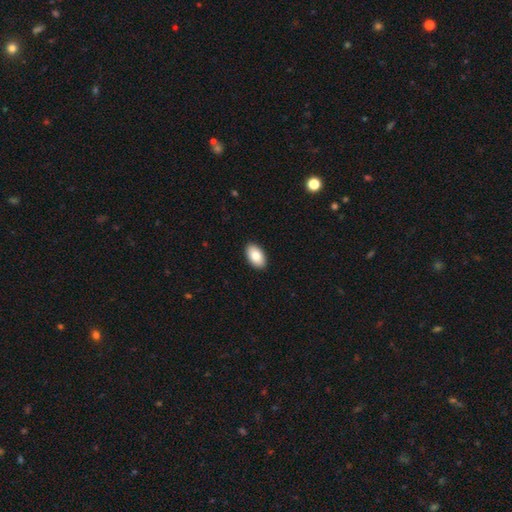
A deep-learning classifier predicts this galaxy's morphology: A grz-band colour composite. It shows a smooth galaxy with no disk features (84%) that is in between round and cigar-shaped (95%). Merging: none (91%).